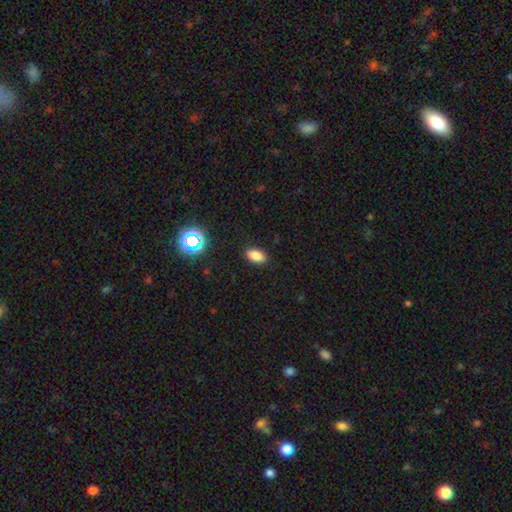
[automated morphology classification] smooth 81%, star or artifact 13%, featured or disk 6%. Down the decision tree: how rounded — in between (90%); merging — none (89%).